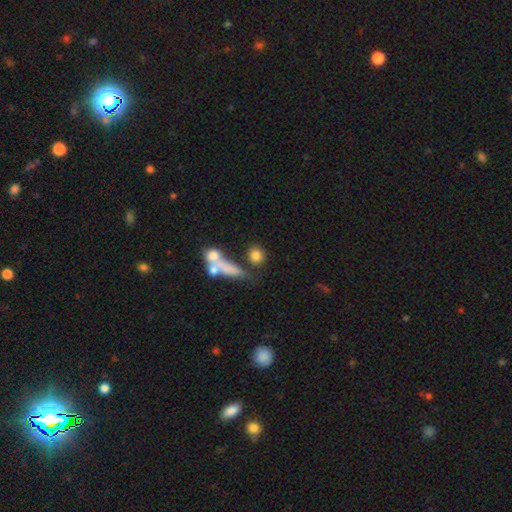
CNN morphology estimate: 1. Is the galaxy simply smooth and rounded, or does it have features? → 78% smooth, 12% featured or disk, 10% star or artifact.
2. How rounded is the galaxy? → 71% round, 20% in between, 9% cigar-shaped.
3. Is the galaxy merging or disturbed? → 64% none, 18% merger, 11% minor disturbance, 7% major disturbance.